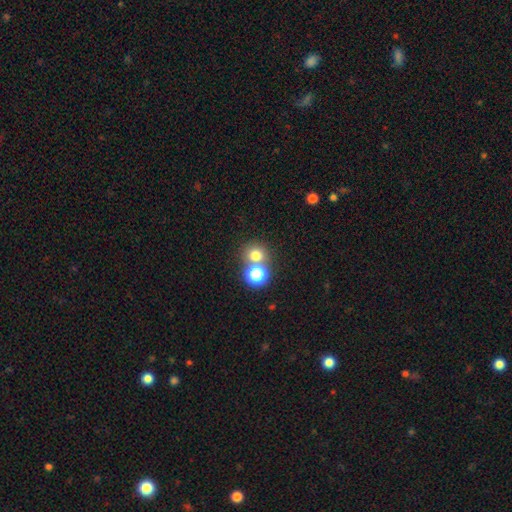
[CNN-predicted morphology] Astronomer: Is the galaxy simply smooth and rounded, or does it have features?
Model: smooth — 72%.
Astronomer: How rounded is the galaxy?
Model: round — 86%.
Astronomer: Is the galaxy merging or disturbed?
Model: none — 60%.